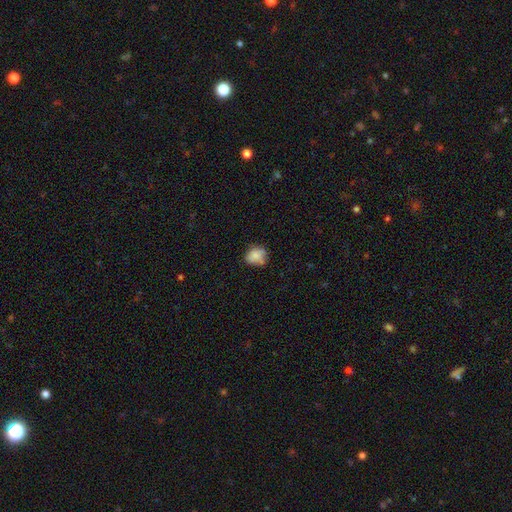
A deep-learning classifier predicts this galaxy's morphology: This is likely a smooth galaxy (79%). How rounded: possibly round (60%). Merging: possibly none (59%).